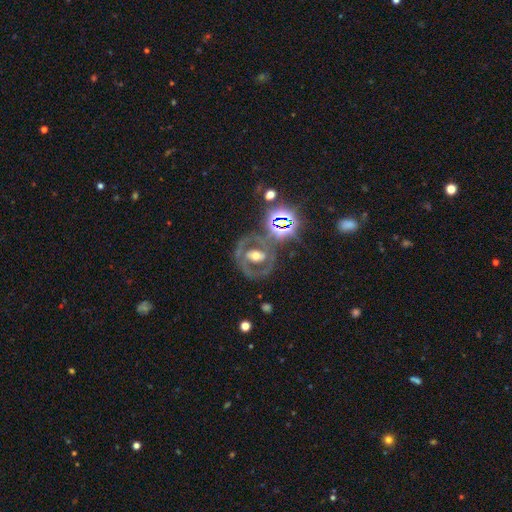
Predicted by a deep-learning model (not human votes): A featured or disk galaxy (68%) with no bar (39%), no spiral arms (52%) and a moderate central bulge (67%).

Vote fractions:
- Smooth or featured? featured or disk: 68% / smooth: 17% / star or artifact: 15%
- Edge-on disk? no: 94% / yes: 6%
- Bar? no: 39% / strong: 31% / weak: 29%
- Spiral arms? no: 52% / yes: 48%
- Bulge size? moderate: 67% / small: 15% / large: 14% / none: 2% / dominant: 2%
- Merging? none: 64% / minor disturbance: 15% / major disturbance: 14% / merger: 6%